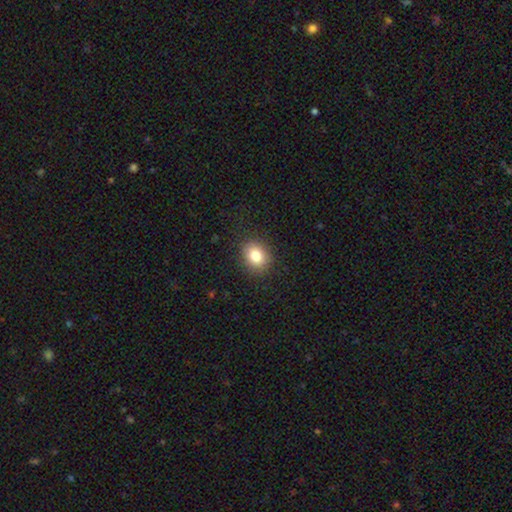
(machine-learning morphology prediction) The model was most divided on "how rounded": round: 51%, in between: 48%, cigar-shaped: 1%. More confident: merging — none (88%); smooth or featured — smooth (81%).